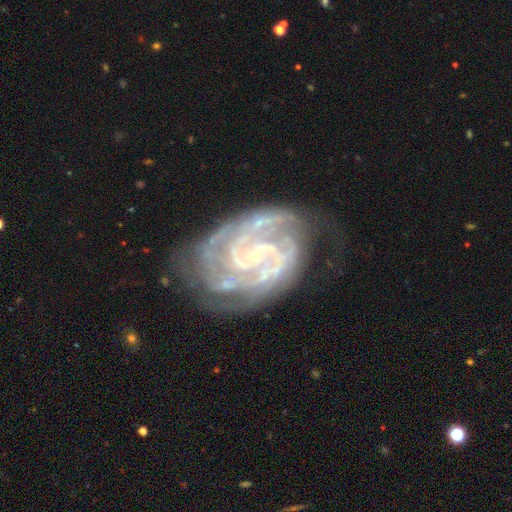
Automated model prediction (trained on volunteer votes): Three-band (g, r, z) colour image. It shows a featured or disk galaxy (91%) with no bar (55%), 2 (42%) tight (64%) spiral arms (98%) and a small central bulge (84%). Merging: none (64%).